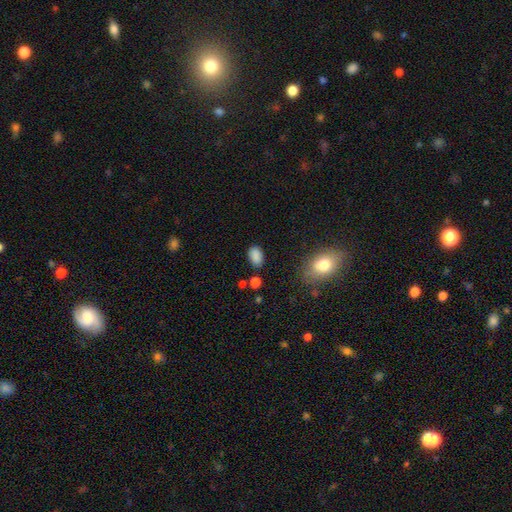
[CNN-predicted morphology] Smooth or featured?
  - smooth: 86% *
  - star or artifact: 10%
  - featured or disk: 4%
How rounded?
  - in between: 90% *
  - round: 8%
  - cigar-shaped: 2%
Merging?
  - none: 79% *
  - minor disturbance: 14%
  - major disturbance: 4%
  - merger: 3%